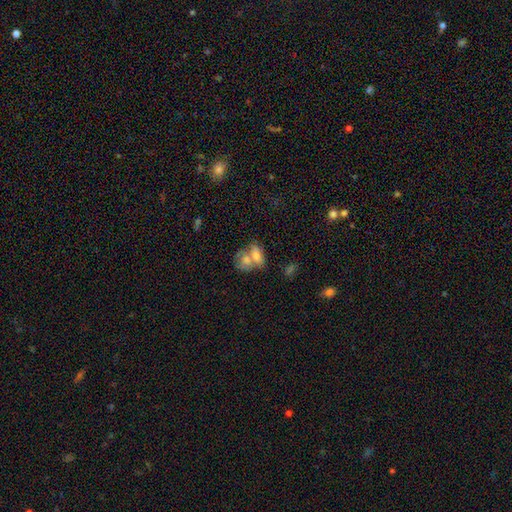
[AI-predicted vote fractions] This appears to be a smooth galaxy with no disk features (69%) that is in between round and cigar-shaped (75%). Merging: merger (62%).